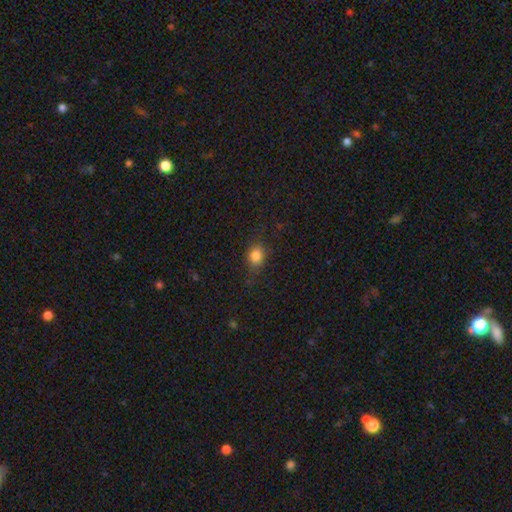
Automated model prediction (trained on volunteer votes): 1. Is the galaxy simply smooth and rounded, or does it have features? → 83% smooth, 11% star or artifact, 6% featured or disk.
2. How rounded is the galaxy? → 56% round, 42% in between, 1% cigar-shaped.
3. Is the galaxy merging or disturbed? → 76% none, 17% minor disturbance, 6% major disturbance, 1% merger.